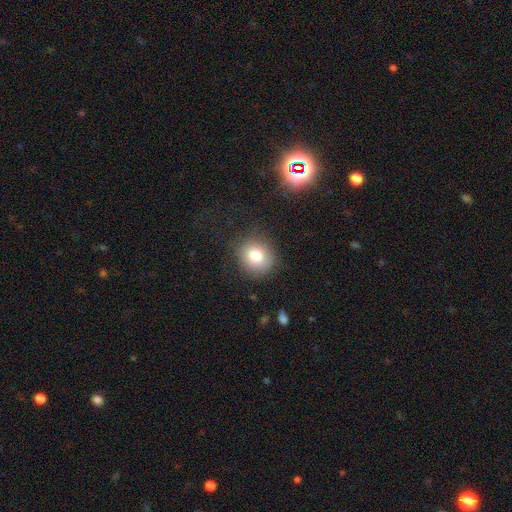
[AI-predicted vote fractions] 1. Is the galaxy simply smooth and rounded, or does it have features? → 77% smooth, 12% star or artifact, 11% featured or disk.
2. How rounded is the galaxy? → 84% round, 15% in between, 1% cigar-shaped.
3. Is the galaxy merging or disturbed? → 84% none, 10% minor disturbance, 4% major disturbance, 1% merger.